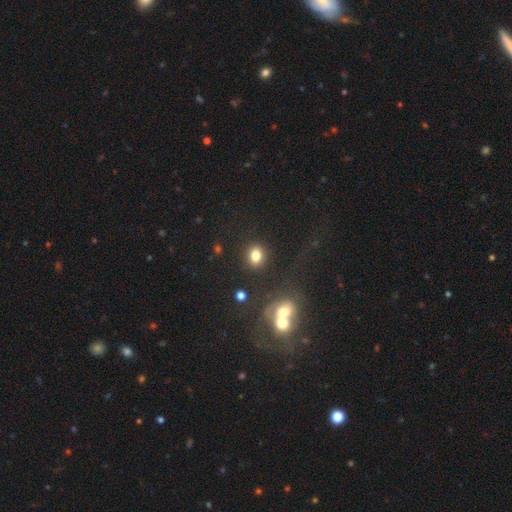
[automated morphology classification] This appears to be a smooth galaxy with no disk features (81%) that is round (52%). Merging: none (83%).